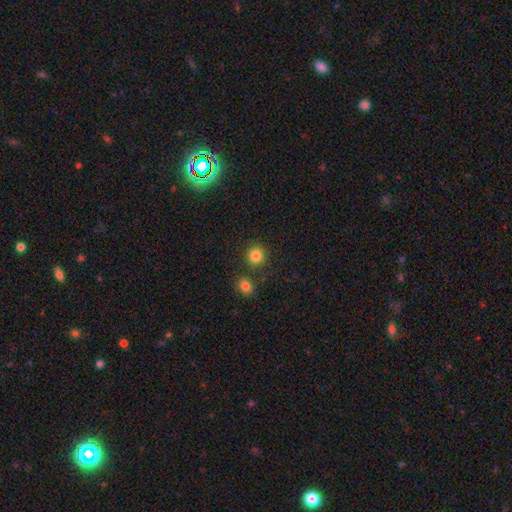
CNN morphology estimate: smooth-or-featured: smooth: 84% | star or artifact: 11% | featured or disk: 5%
  how-rounded: round: 91% | in between: 8% | cigar-shaped: 1%
  merging: none: 82% | minor disturbance: 8% | merger: 8% | major disturbance: 3%